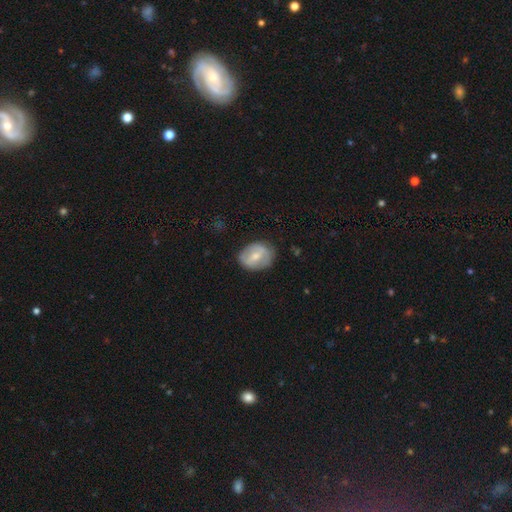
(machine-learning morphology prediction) Smooth or featured: featured or disk — 49% (smooth — 45%)
Merging: none — 76% (minor disturbance — 17%)